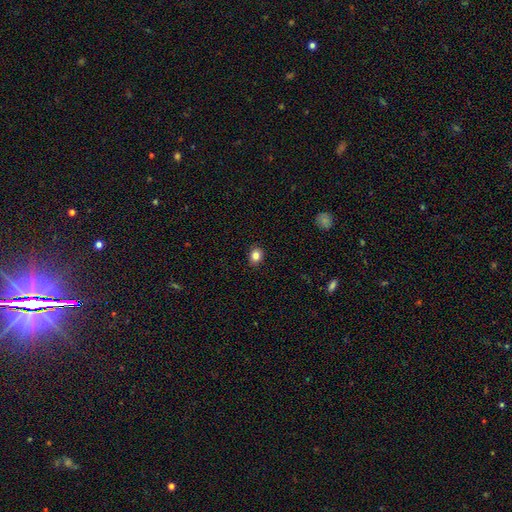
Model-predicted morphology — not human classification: Overall: smooth (83%). How rounded: round (53%; in between 46%). Merging: none (90%).